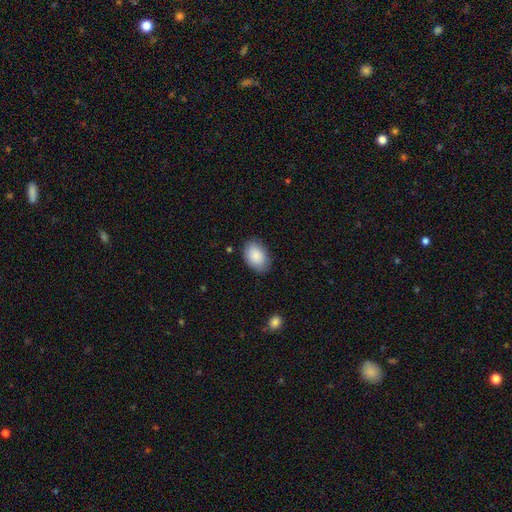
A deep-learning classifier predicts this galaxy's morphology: smooth 88%, star or artifact 6%, featured or disk 6%. Down the decision tree: how rounded — in between (85%); merging — none (81%).